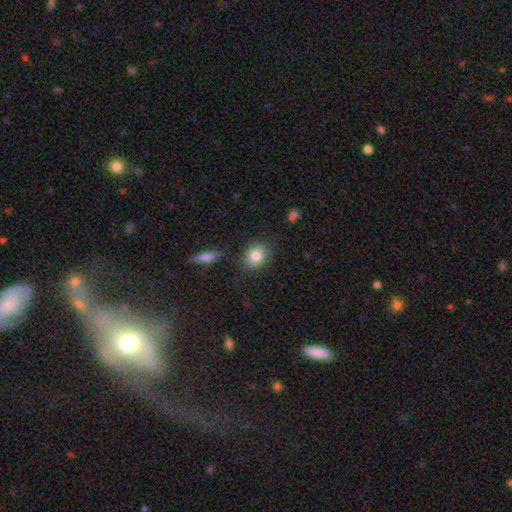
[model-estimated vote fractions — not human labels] Smooth or featured? Predicted: smooth (p=0.83). How rounded? Predicted: round (p=0.58). Merging? Predicted: none (p=0.82).